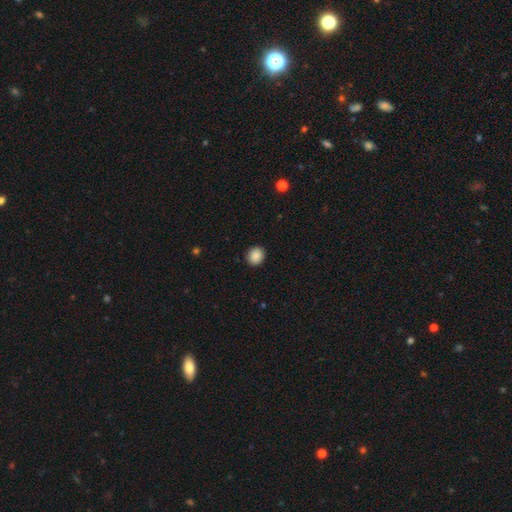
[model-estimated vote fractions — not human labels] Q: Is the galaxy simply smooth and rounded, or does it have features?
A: smooth — 89%.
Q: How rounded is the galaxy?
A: round — 78%.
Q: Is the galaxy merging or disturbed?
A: none — 91%.